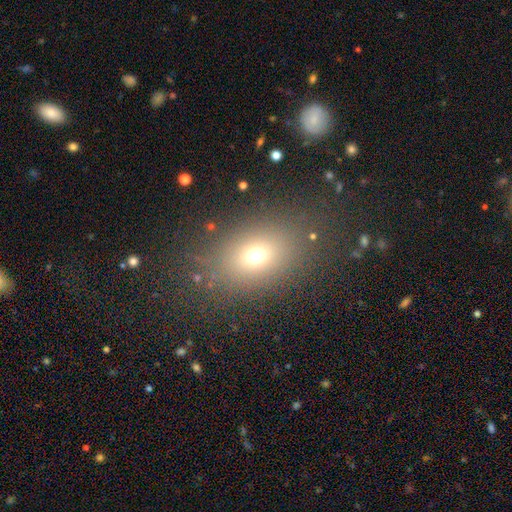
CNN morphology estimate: smooth-or-featured: smooth: 67% | star or artifact: 20% | featured or disk: 13%
  how-rounded: in between: 67% | round: 31% | cigar-shaped: 2%
  merging: none: 81% | minor disturbance: 10% | major disturbance: 7% | merger: 2%